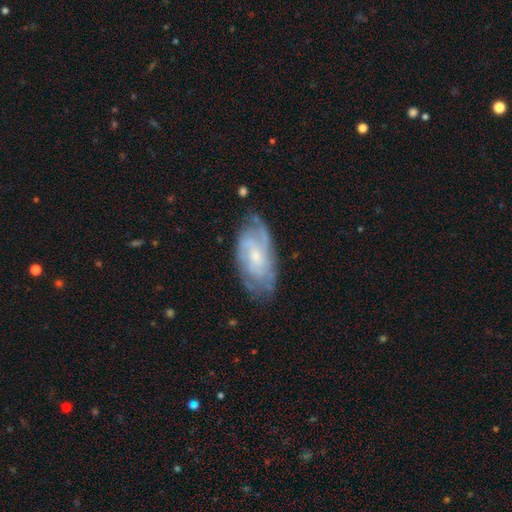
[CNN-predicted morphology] type=featured or disk (75%); edge-on=no (94%); bar=no (60%); spiral arms=yes (90%); winding=tight (53%); arm count=can't tell (44%); bulge=small (64%); merging=none (67%).